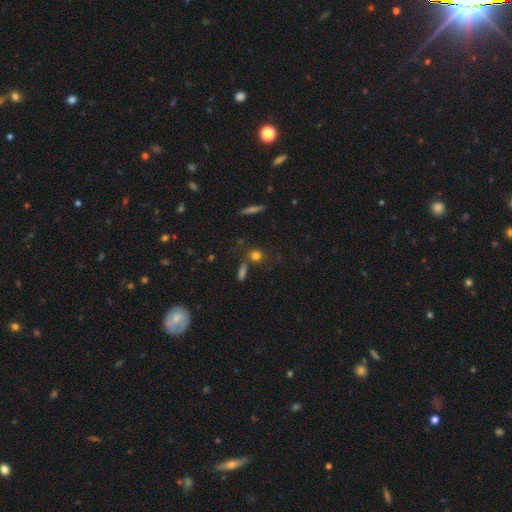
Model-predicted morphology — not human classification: Overall: smooth (77%). How rounded: round (78%). Merging: none (70%).